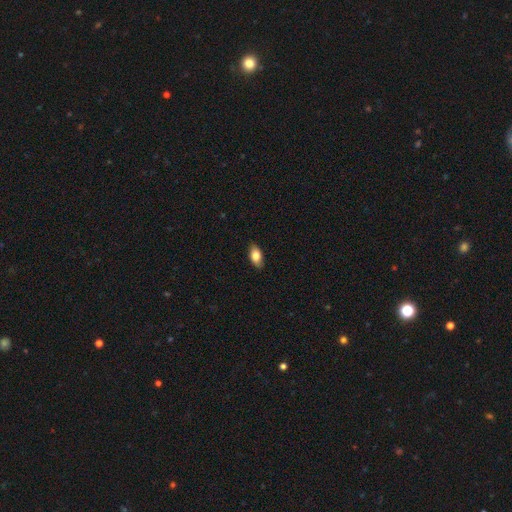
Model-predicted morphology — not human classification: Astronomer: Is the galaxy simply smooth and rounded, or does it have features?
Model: smooth — 83%.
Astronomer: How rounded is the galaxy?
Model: in between — 91%.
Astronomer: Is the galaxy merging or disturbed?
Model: none — 87%.